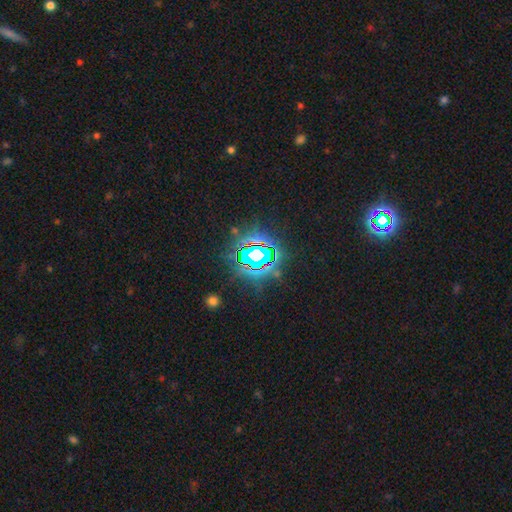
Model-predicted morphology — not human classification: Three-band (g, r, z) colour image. It shows a star or artifact, not a galaxy (81%).